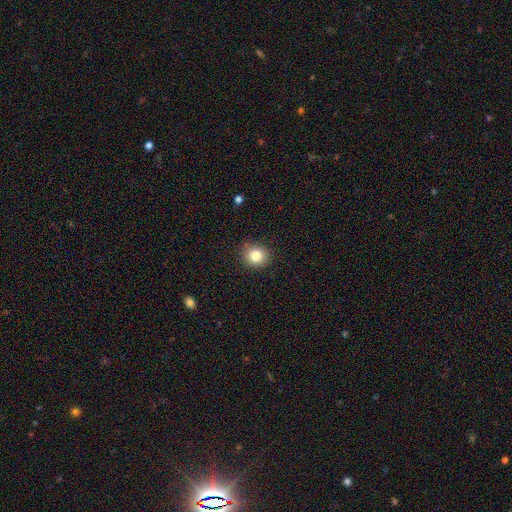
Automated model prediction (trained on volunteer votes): smooth 83%, star or artifact 10%, featured or disk 6%. Down the decision tree: how rounded — round (84%); merging — none (87%).